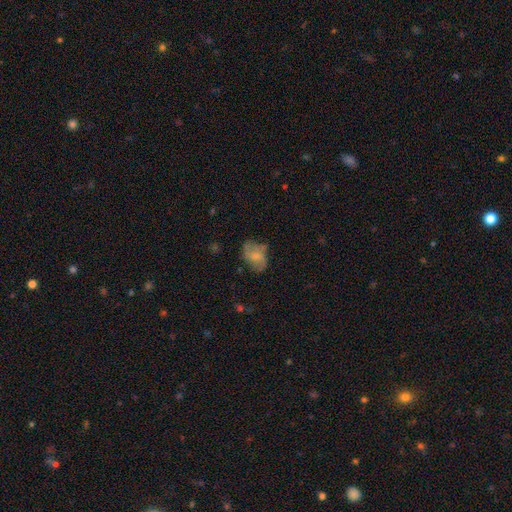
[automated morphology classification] Smooth or featured?
  - smooth: 57% *
  - featured or disk: 34%
  - star or artifact: 8%
How rounded?
  - in between: 75% *
  - round: 23%
  - cigar-shaped: 1%
Merging?
  - none: 55% *
  - minor disturbance: 29%
  - major disturbance: 13%
  - merger: 3%